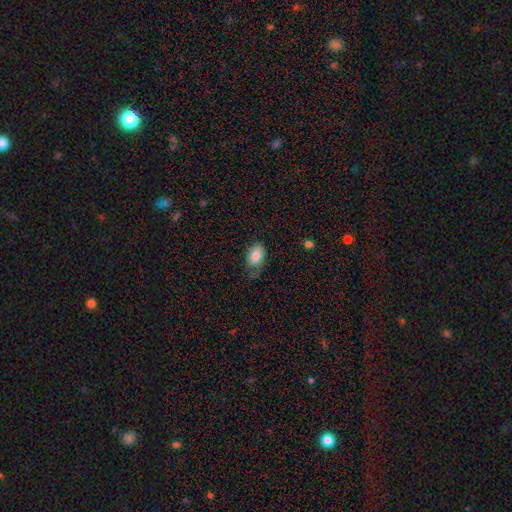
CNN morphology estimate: smooth_or_featured: smooth (p=0.80) [alt: featured or disk p=0.13]
how_rounded: in between (p=0.88) [alt: round p=0.10]
merging: none (p=0.53) [alt: minor disturbance p=0.32]